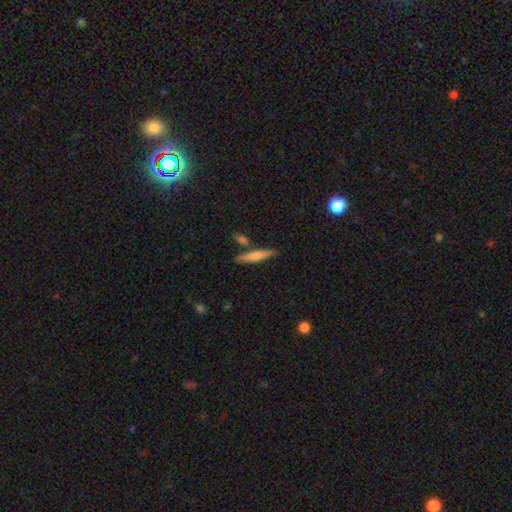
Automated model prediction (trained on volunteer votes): smooth 69%, featured or disk 26%, star or artifact 6%. Down the decision tree: how rounded — cigar-shaped (87%); merging — none (78%).